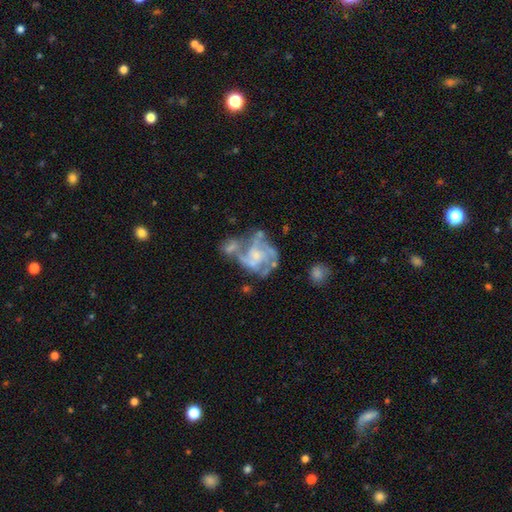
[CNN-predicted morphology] A featured or disk galaxy (83%) with no bar (70%), 3 (29%) medium (44%) spiral arms (87%) and a small central bulge (50%).

Vote fractions:
- Smooth or featured? featured or disk: 83% / smooth: 10% / star or artifact: 7%
- Edge-on disk? no: 98% / yes: 2%
- Bar? no: 70% / weak: 25% / strong: 5%
- Spiral arms? yes: 87% / no: 13%
- Spiral winding? medium: 44% / tight: 40% / loose: 16%
- Spiral arm count? 3: 29% / can't tell: 26% / 4: 19% / 2: 14% / more than 4: 6% / 1: 6%
- Bulge size? small: 50% / moderate: 29% / none: 17% / large: 3% / dominant: 1%
- Merging? none: 39% / major disturbance: 23% / minor disturbance: 19% / merger: 18%